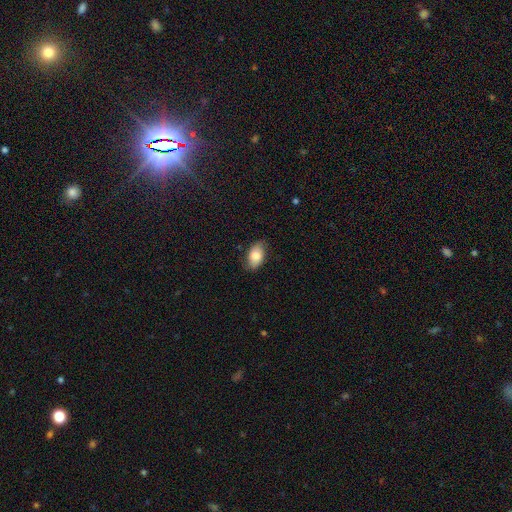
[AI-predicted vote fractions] smooth 78%, featured or disk 15%, star or artifact 7%. Down the decision tree: how rounded — in between (92%); merging — none (76%).